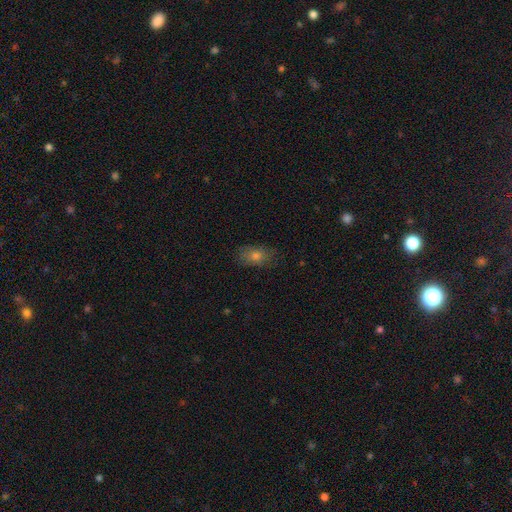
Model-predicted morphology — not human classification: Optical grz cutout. It shows a smooth galaxy with no disk features (70%) that is in between round and cigar-shaped (79%). Merging: none (78%).